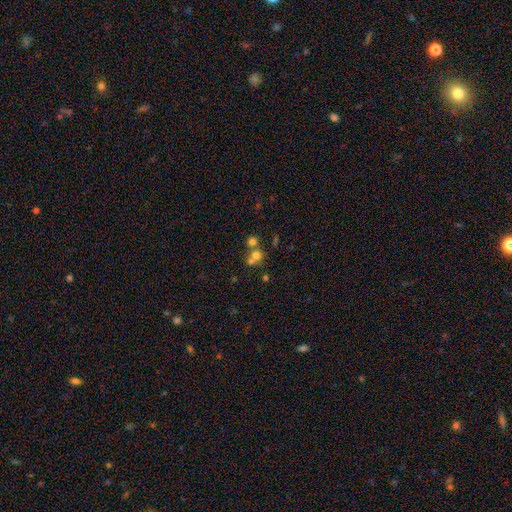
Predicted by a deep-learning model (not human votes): smooth 64%, star or artifact 19%, featured or disk 17%. Down the decision tree: how rounded — round (84%); merging — merger (48%).